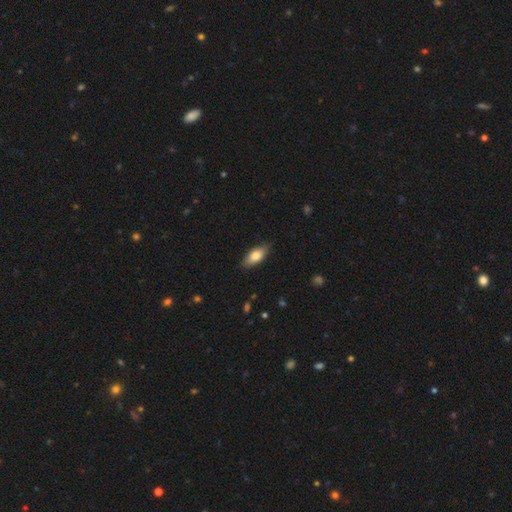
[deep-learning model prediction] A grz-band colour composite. It shows a smooth galaxy with no disk features (78%) that is in between round and cigar-shaped (84%). Merging: none (85%).